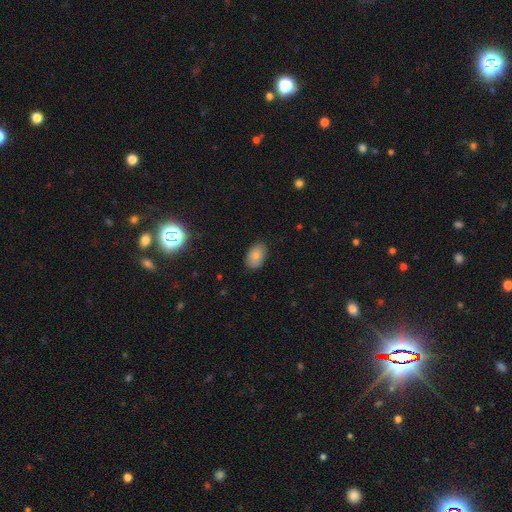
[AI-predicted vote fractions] This appears to be a smooth galaxy with no disk features (84%) that is in between round and cigar-shaped (87%). Merging: none (85%).